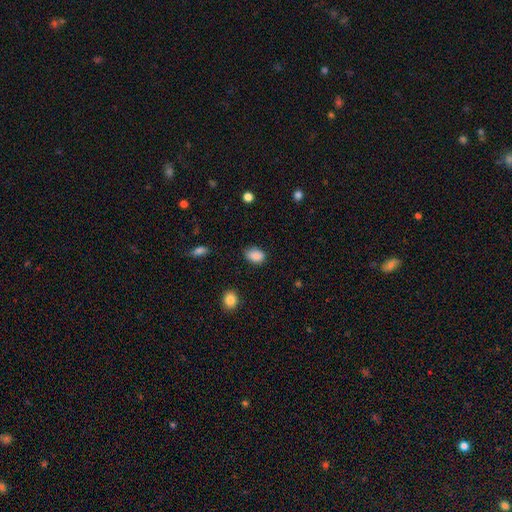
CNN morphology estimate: Overall: smooth (87%). How rounded: in between (76%). Merging: none (77%).